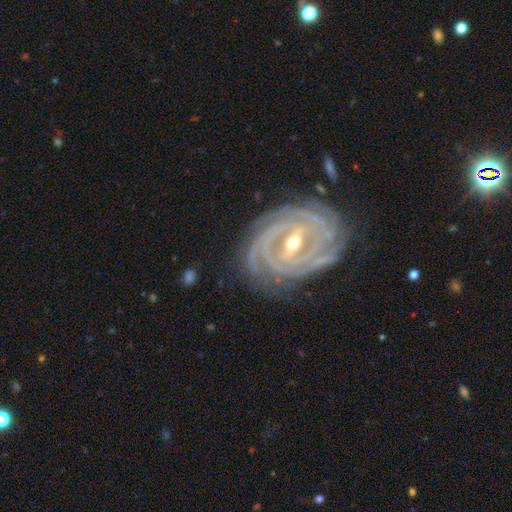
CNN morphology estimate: type=featured or disk (91%); edge-on=no (96%); bar=strong (53%); spiral arms=yes (98%); winding=tight (82%); arm count=3 (29%); bulge=moderate (57%); merging=none (77%).